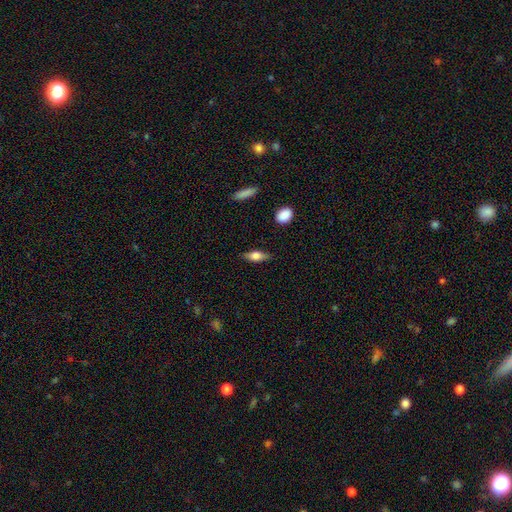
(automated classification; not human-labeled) smooth 65%, featured or disk 27%, star or artifact 8%. Down the decision tree: how rounded — in between (71%); merging — none (82%).